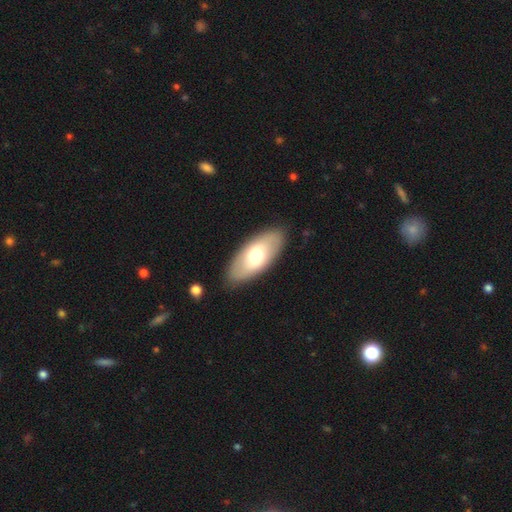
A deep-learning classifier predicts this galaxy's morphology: Smooth or featured?
  - smooth: 58% *
  - featured or disk: 36%
  - star or artifact: 5%
How rounded?
  - in between: 90% *
  - cigar-shaped: 8%
  - round: 3%
Merging?
  - none: 86% *
  - minor disturbance: 9%
  - major disturbance: 3%
  - merger: 1%